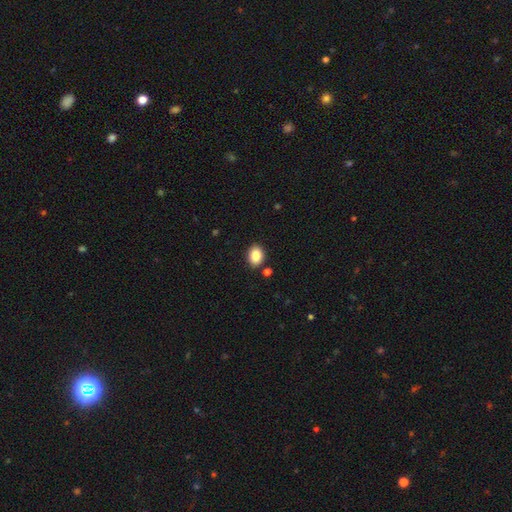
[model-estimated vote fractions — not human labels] Smooth or featured? Predicted: smooth (p=0.86). How rounded? Predicted: in between (p=0.64). Merging? Predicted: none (p=0.88).